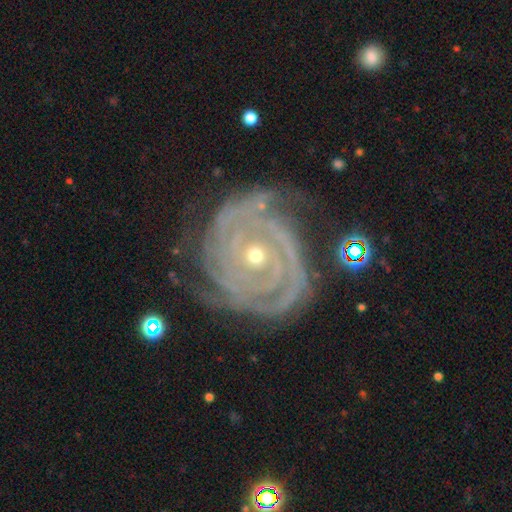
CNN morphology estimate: smooth-or-featured: featured or disk: 91% | star or artifact: 5% | smooth: 3%
  disk-edge-on: no: 97% | yes: 3%
    bar: no: 78% | weak: 14% | strong: 8%
    has-spiral-arms: yes: 98% | no: 2%
      spiral-winding: tight: 85% | medium: 12% | loose: 2%
      spiral-arm-count: 2: 23% (tied) | 3: 23% (tied) | can't tell: 18% | 4: 16% | more than 4: 11% | 1: 8%
    bulge-size: small: 65% | moderate: 32% | large: 1% | none: 1% | dominant: 1%
  merging: none: 66% | minor disturbance: 22% | major disturbance: 10% | merger: 2%